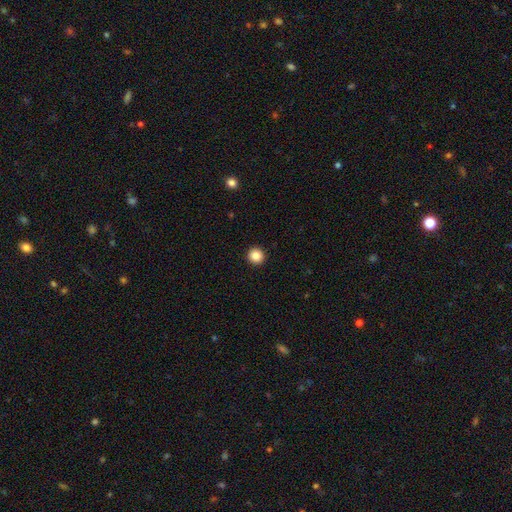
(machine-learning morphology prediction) The model was most divided on "smooth or featured": smooth: 86%, star or artifact: 10%, featured or disk: 5%. More confident: how rounded — round (96%); merging — none (94%).